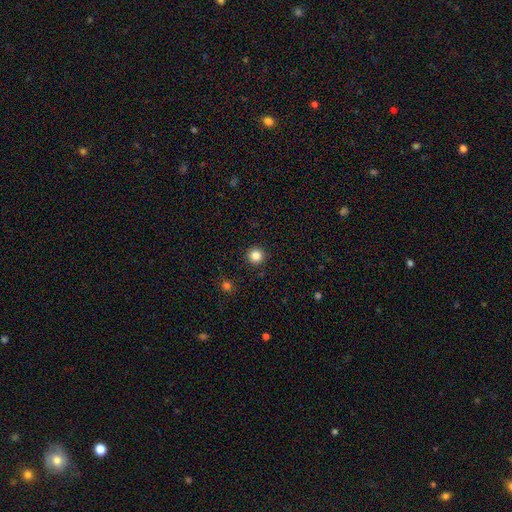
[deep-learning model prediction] Smooth or featured: smooth — 84% (star or artifact — 11%)
How rounded: round — 96% (in between — 3%)
Merging: none — 93% (minor disturbance — 4%)